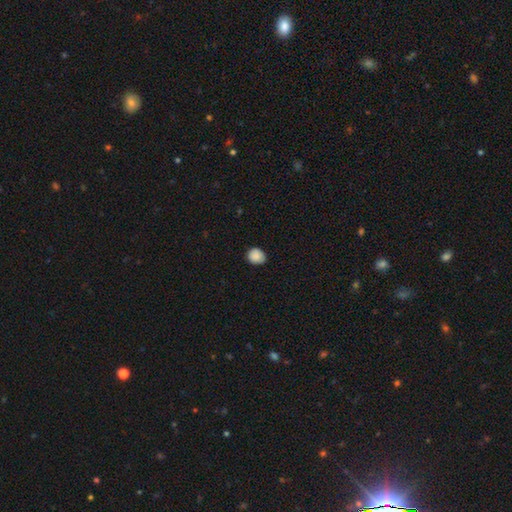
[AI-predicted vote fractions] smooth-or-featured: smooth: 88% | star or artifact: 8% | featured or disk: 4%
  how-rounded: round: 68% | in between: 31% | cigar-shaped: 1%
  merging: none: 84% | minor disturbance: 13% | major disturbance: 2% | merger: 1%